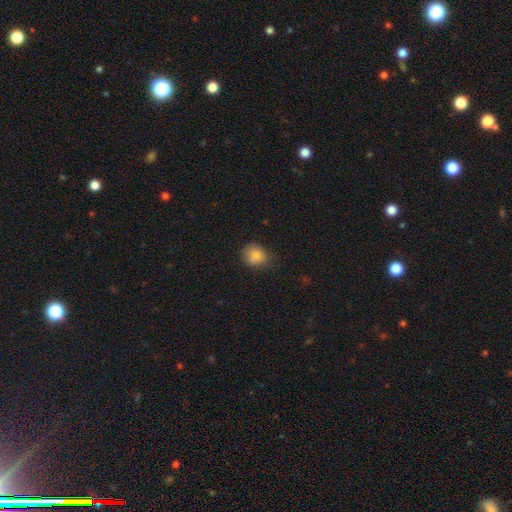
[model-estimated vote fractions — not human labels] Smooth or featured? smooth (85%)
How rounded? round (68%)
Merging? none (65%)